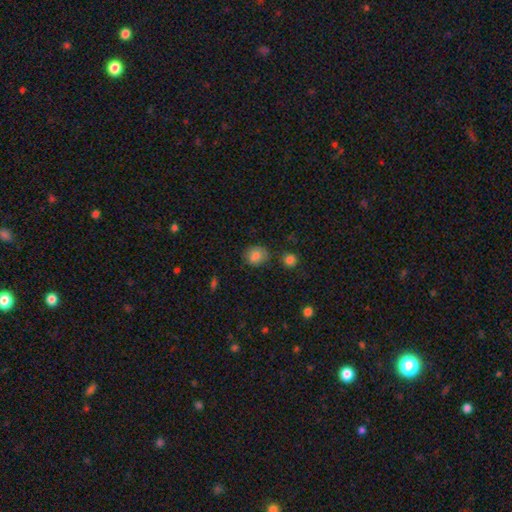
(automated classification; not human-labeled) A smooth galaxy with no disk features (81%) that is round (67%).

Vote fractions:
- Smooth or featured? smooth: 81% / star or artifact: 10% / featured or disk: 9%
- How rounded? round: 67% / in between: 31% / cigar-shaped: 1%
- Merging? none: 75% / minor disturbance: 17% / merger: 4% / major disturbance: 4%